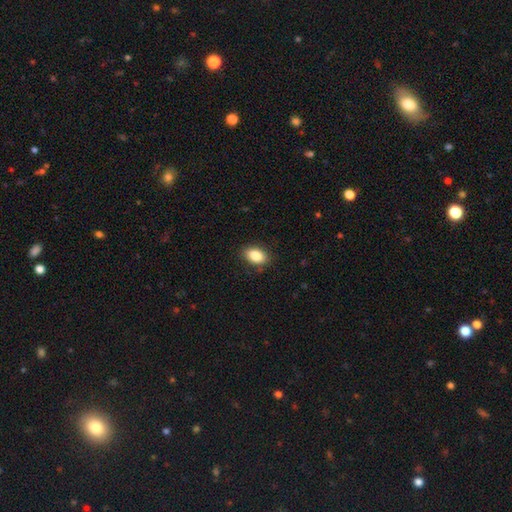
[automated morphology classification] Smooth or featured? Predicted: smooth (p=0.85). How rounded? Predicted: in between (p=0.87). Merging? Predicted: none (p=0.87).